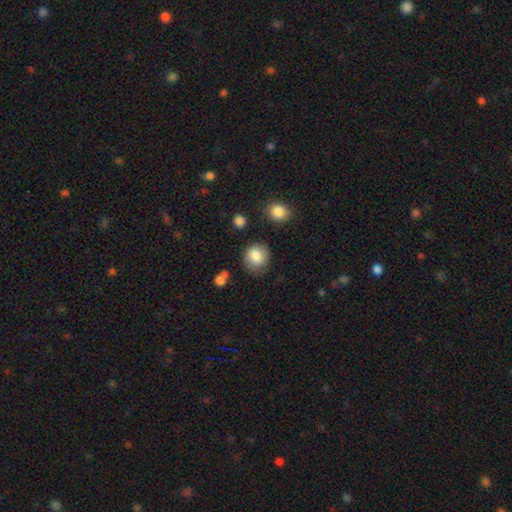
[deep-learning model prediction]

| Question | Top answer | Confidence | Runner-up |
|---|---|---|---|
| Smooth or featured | smooth | 83% | featured or disk (9%) |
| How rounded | round | 83% | in between (16%) |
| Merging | none | 77% | minor disturbance (15%) |